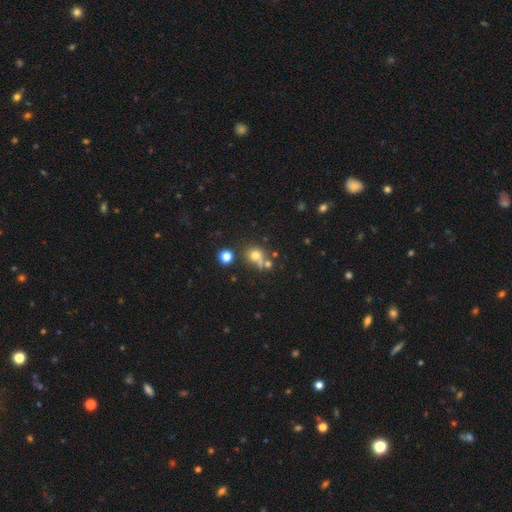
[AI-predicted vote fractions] A smooth galaxy with no disk features (70%) that is round (77%).

Vote fractions:
- Smooth or featured? smooth: 70% / star or artifact: 17% / featured or disk: 13%
- How rounded? round: 77% / in between: 21% / cigar-shaped: 1%
- Merging? none: 50% / merger: 29% / minor disturbance: 13% / major disturbance: 8%